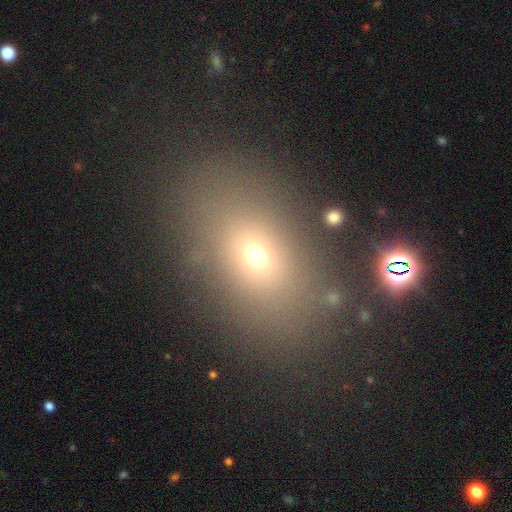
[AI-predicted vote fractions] Smooth or featured? Predicted: smooth (p=0.65). How rounded? Predicted: in between (p=0.71). Merging? Predicted: none (p=0.79).